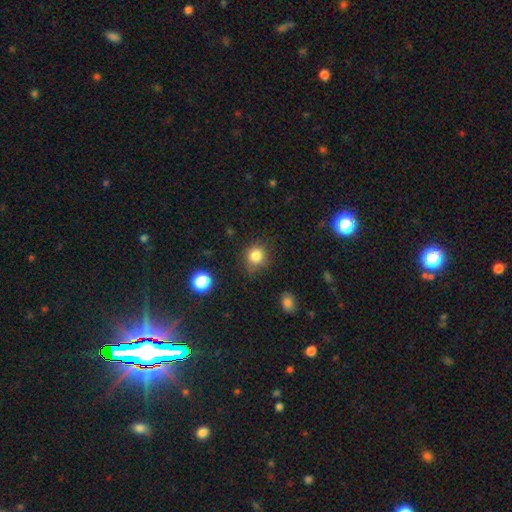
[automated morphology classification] This appears to be a smooth galaxy with no disk features (83%) that is round (84%). Merging: none (75%).